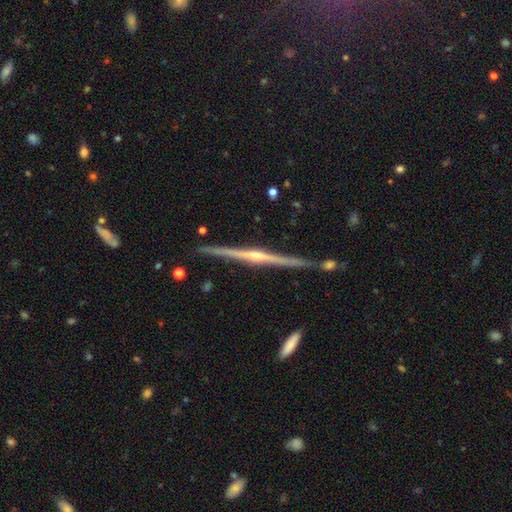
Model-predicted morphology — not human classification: Smooth or featured?
  - featured or disk: 88% *
  - smooth: 7%
  - star or artifact: 6%
Edge-on disk?
  - yes: 99% *
  - no: 1%
Edge-on bulge?
  - rounded: 79% *
  - none: 14%
  - boxy: 7%
Merging?
  - none: 88% *
  - minor disturbance: 8%
  - merger: 2%
  - major disturbance: 2%